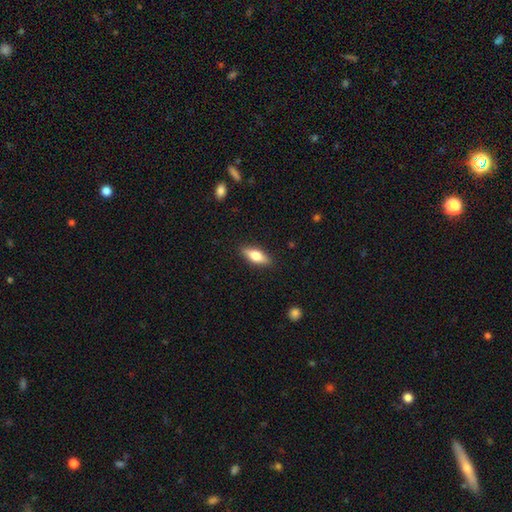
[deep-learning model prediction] Q: Smooth or featured?
A: smooth (62%); runner-up: featured or disk (31%)
Q: How rounded?
A: in between (65%); runner-up: cigar-shaped (32%)
Q: Merging?
A: none (88%); runner-up: minor disturbance (9%)